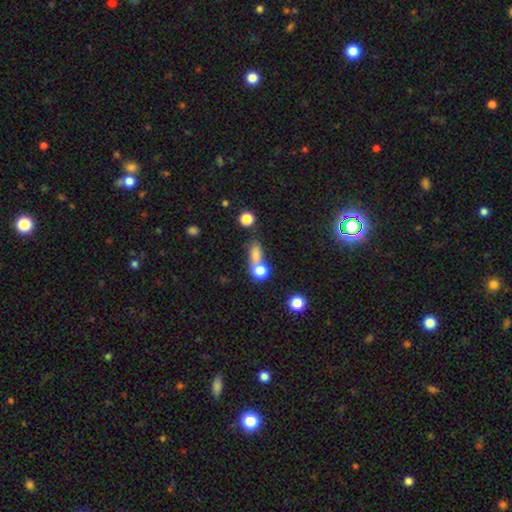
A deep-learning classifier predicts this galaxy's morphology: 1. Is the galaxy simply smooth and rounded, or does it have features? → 72% smooth, 16% star or artifact, 12% featured or disk.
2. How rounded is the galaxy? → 47% in between, 39% round, 15% cigar-shaped.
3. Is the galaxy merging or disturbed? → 43% none, 38% merger, 11% minor disturbance, 8% major disturbance.